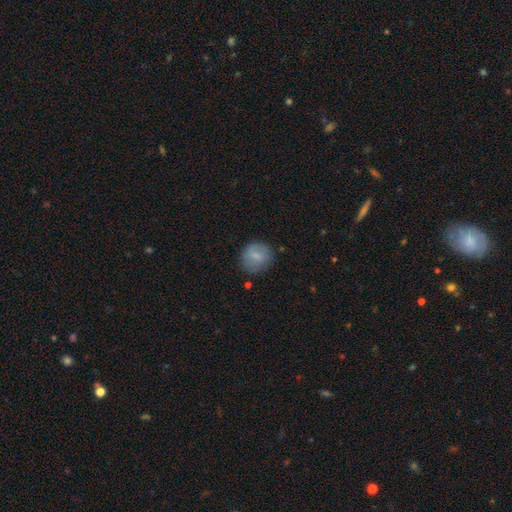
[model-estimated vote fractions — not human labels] Smooth or featured? Predicted: smooth (p=0.73). How rounded? Predicted: round (p=0.77). Merging? Predicted: none (p=0.75).